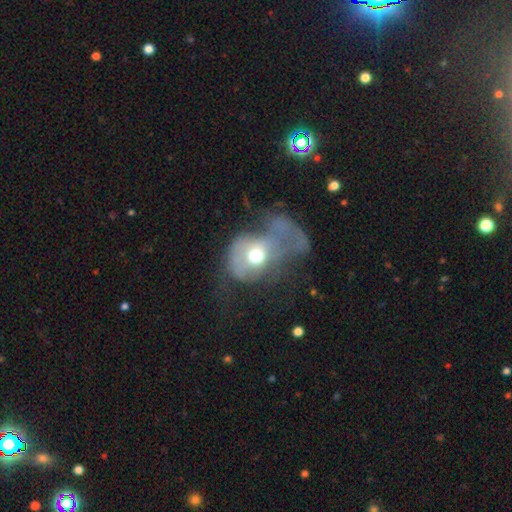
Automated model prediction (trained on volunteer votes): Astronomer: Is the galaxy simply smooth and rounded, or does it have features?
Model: smooth — 49% (runner-up: featured or disk, 40%).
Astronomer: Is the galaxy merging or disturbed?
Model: major disturbance — 68%.